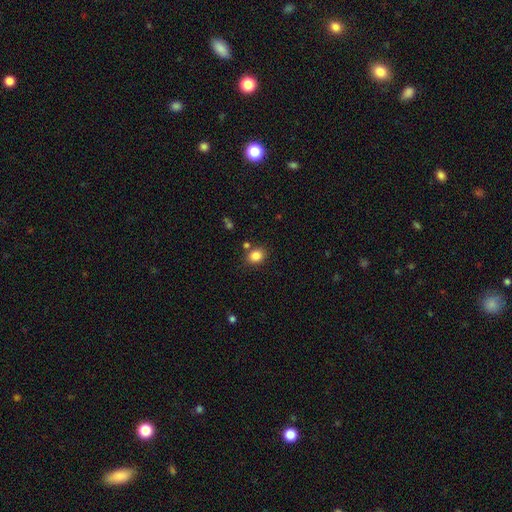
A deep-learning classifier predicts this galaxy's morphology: This appears to be a smooth galaxy with no disk features (85%) that is round (53%). Merging: none (79%).